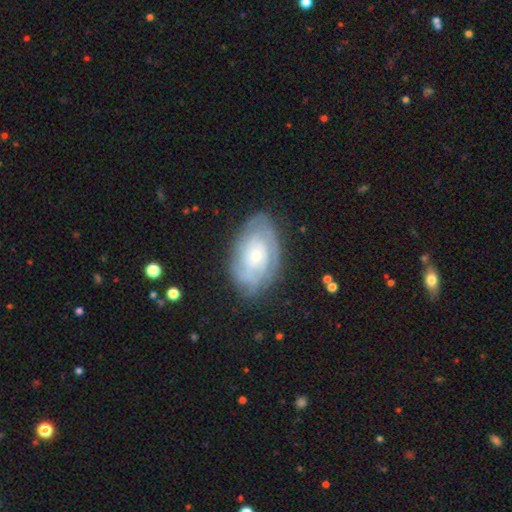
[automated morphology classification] The model was most divided on "spiral arm count": can't tell: 51%, 2: 20%, 3: 12%, 4: 8%, 1: 5%, more than 4: 5%. More confident: edge-on disk — no (95%); spiral arms — yes (87%); merging — none (75%); bar — no (75%); spiral winding — tight (75%); smooth or featured — featured or disk (73%); bulge size — small (65%).